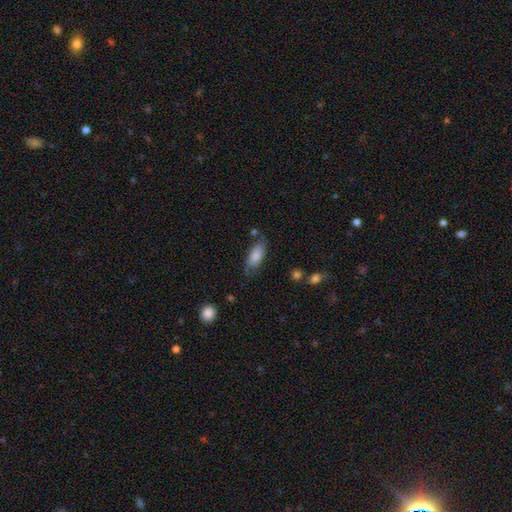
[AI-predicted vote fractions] Morphology: type=smooth (81%); roundness=in between (83%); merging=none (65%).